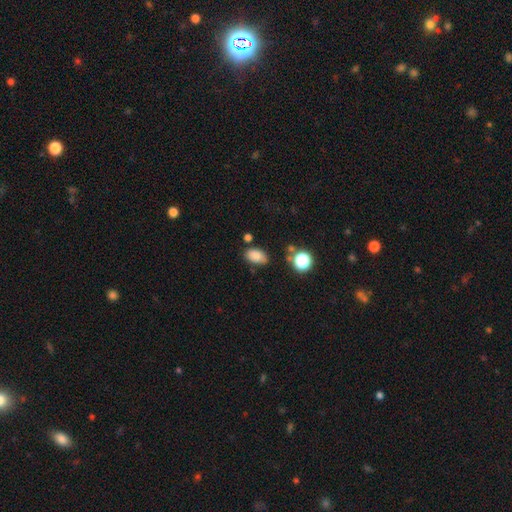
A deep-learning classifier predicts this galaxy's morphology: Smooth or featured: smooth — 84% (star or artifact — 11%)
How rounded: in between — 87% (round — 11%)
Merging: none — 72% (minor disturbance — 19%)